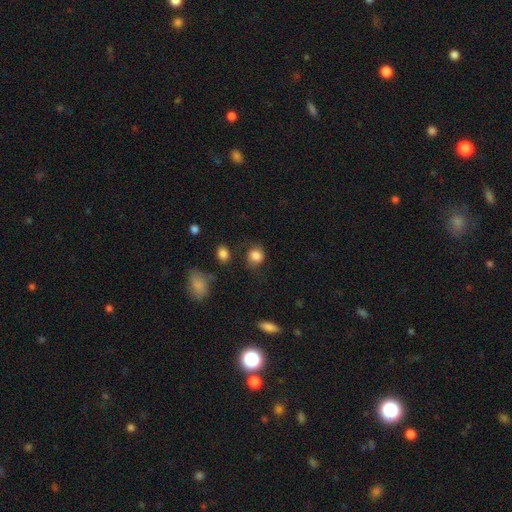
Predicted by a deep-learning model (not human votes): A smooth galaxy with no disk features (83%) that is round (74%). Merging: none (68%).